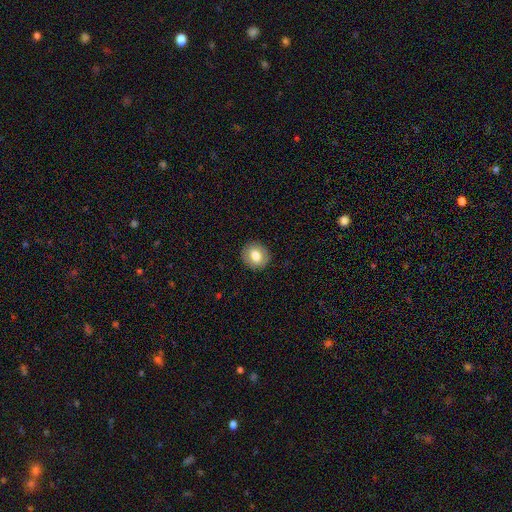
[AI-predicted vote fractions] A smooth galaxy with no disk features (76%) that is round (78%). Merging: none (90%).